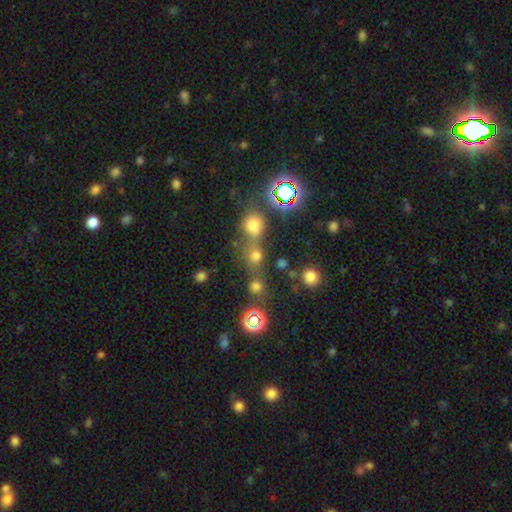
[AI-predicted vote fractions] smooth 63%, star or artifact 27%, featured or disk 11%. Down the decision tree: how rounded — round (76%); merging — none (46%).